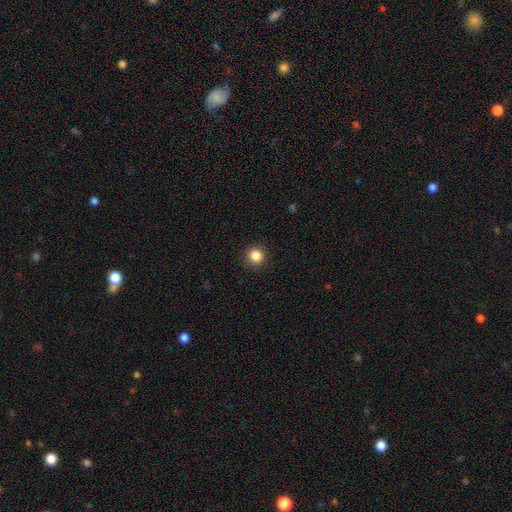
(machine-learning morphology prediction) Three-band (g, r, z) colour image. It shows a smooth galaxy with no disk features (86%) that is round (94%). Merging: none (92%).